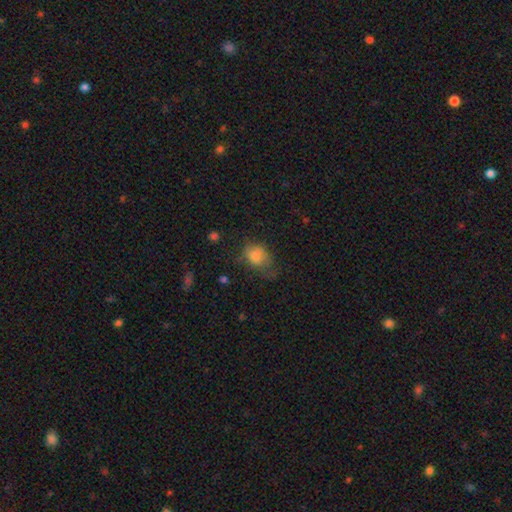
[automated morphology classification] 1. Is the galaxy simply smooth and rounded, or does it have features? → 78% smooth, 11% featured or disk, 11% star or artifact.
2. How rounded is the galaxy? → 59% in between, 39% round, 1% cigar-shaped.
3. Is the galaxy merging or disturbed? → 43% none, 33% minor disturbance, 21% major disturbance, 2% merger.